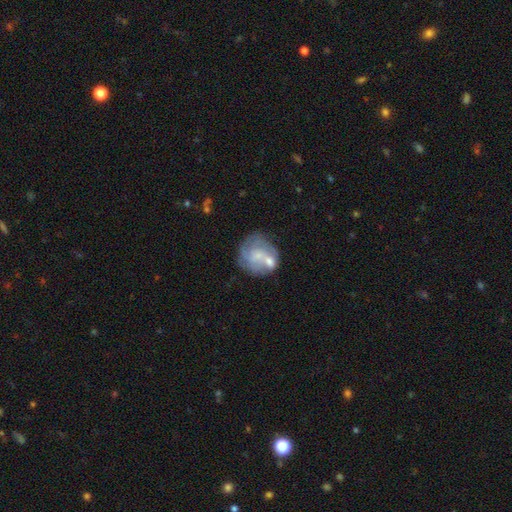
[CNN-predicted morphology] The model was most divided on "spiral arms": no: 51%, yes: 49%. Remaining: edge-on disk — no (98%); bar — no (78%); smooth or featured — featured or disk (55%); bulge size — small (42%); merging — none (40%).